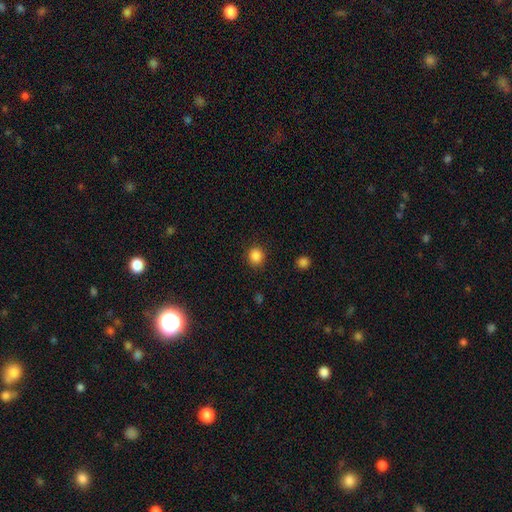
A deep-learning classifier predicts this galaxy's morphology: The model was most divided on "smooth or featured": smooth: 86%, star or artifact: 11%, featured or disk: 3%. More confident: merging — none (89%); how rounded — round (87%).